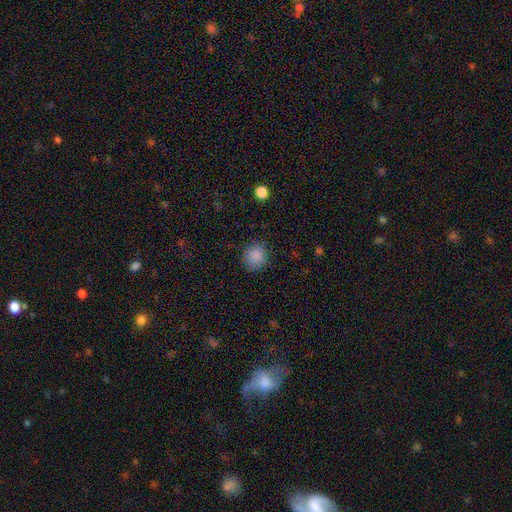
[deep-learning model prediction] smooth_or_featured: smooth (p=0.86) [alt: star or artifact p=0.10]
how_rounded: round (p=0.82) [alt: in between p=0.17]
merging: none (p=0.84) [alt: minor disturbance p=0.11]